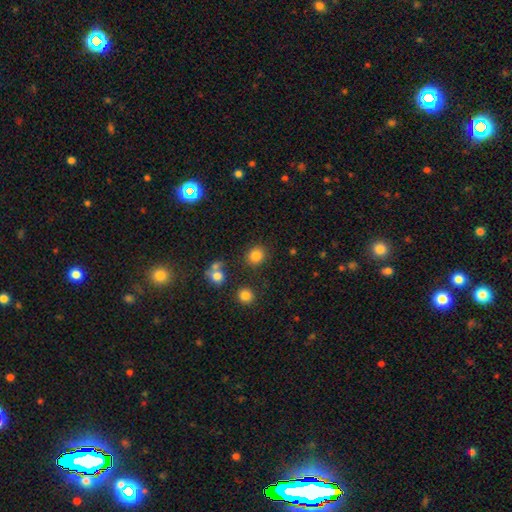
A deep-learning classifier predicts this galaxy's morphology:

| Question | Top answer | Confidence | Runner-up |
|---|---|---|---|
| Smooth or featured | smooth | 83% | star or artifact (12%) |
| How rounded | round | 80% | in between (19%) |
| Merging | none | 83% | minor disturbance (9%) |